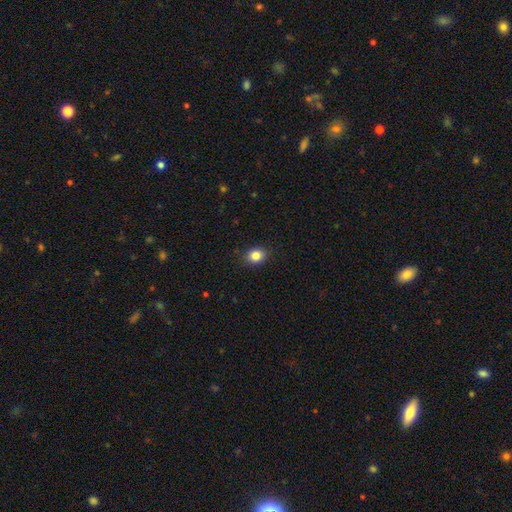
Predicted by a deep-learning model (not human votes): Smooth or featured? Predicted: smooth (p=0.84). How rounded? Predicted: round (p=0.57). Merging? Predicted: none (p=0.89).